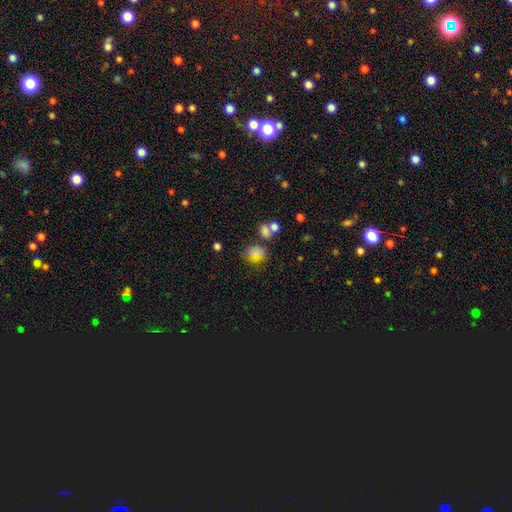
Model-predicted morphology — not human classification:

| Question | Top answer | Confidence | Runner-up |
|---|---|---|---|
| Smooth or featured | smooth | 65% | star or artifact (22%) |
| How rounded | in between | 53% | round (45%) |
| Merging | none | 56% | minor disturbance (19%) |